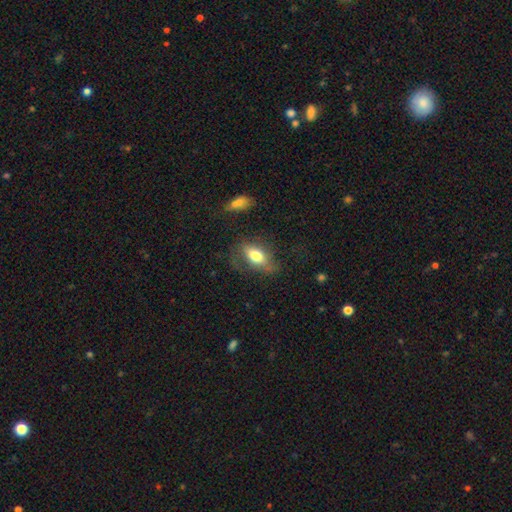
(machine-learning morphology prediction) Overall: smooth (68%). How rounded: in between (85%). Merging: none (56%; minor disturbance 25%).